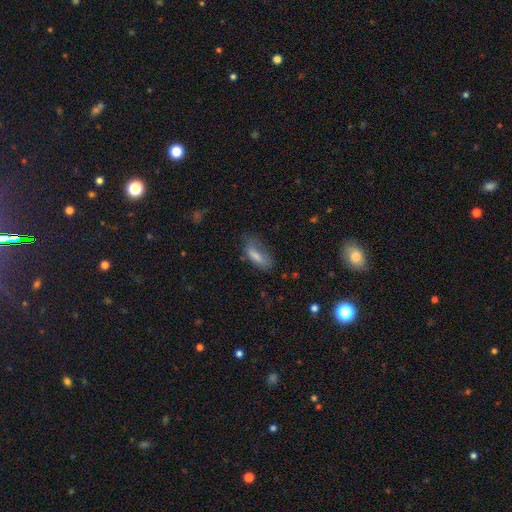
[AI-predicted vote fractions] Smooth or featured? Predicted: smooth (p=0.67). How rounded? Predicted: in between (p=0.65). Merging? Predicted: none (p=0.56).